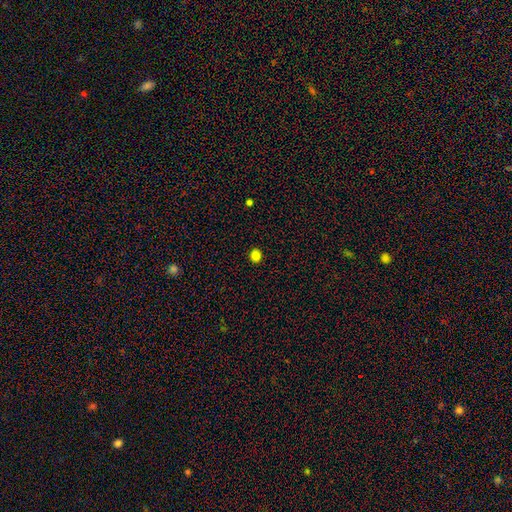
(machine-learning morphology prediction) This is clearly a smooth galaxy (84%). How rounded: likely round (73%). Merging: clearly none (91%).